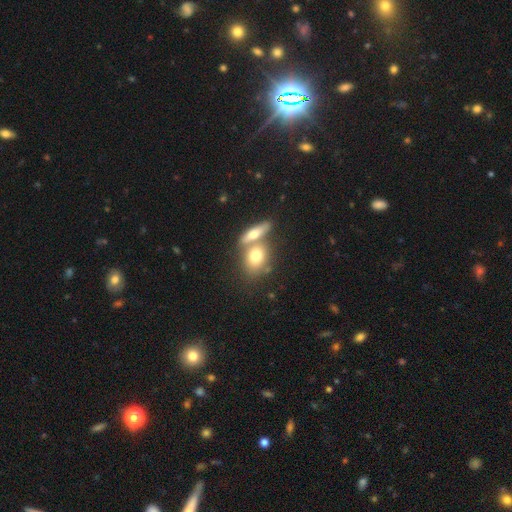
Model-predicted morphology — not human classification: smooth_or_featured: smooth (p=0.70) [alt: featured or disk p=0.23]
how_rounded: in between (p=0.61) [alt: round p=0.31]
merging: merger (p=0.49) [alt: none p=0.39]